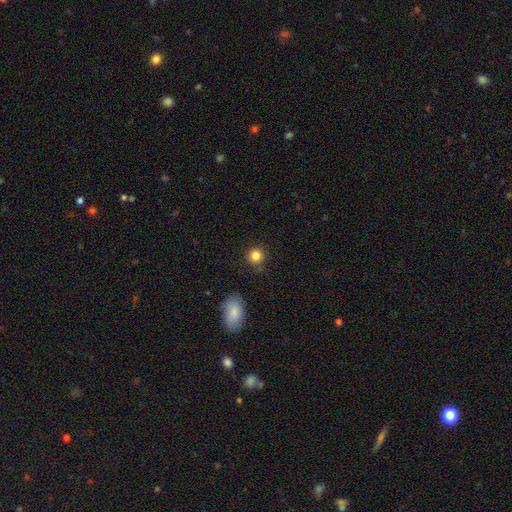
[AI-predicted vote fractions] Smooth or featured?
  - smooth: 84% *
  - star or artifact: 11%
  - featured or disk: 5%
How rounded?
  - round: 92% *
  - in between: 7%
  - cigar-shaped: 1%
Merging?
  - none: 84% *
  - minor disturbance: 10%
  - merger: 3%
  - major disturbance: 3%